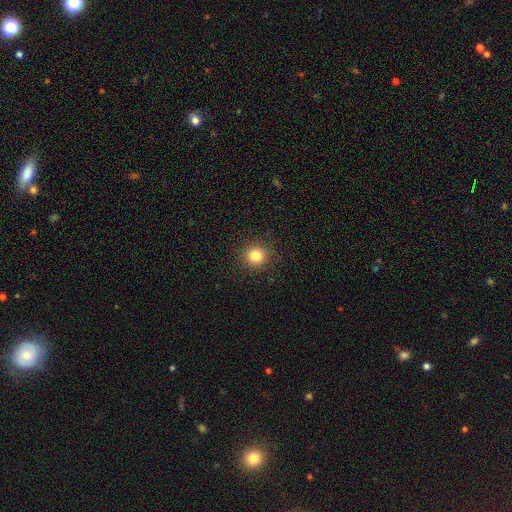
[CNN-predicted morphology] Q: Smooth or featured?
A: smooth (83%); runner-up: star or artifact (12%)
Q: How rounded?
A: round (93%); runner-up: in between (6%)
Q: Merging?
A: none (91%); runner-up: minor disturbance (6%)